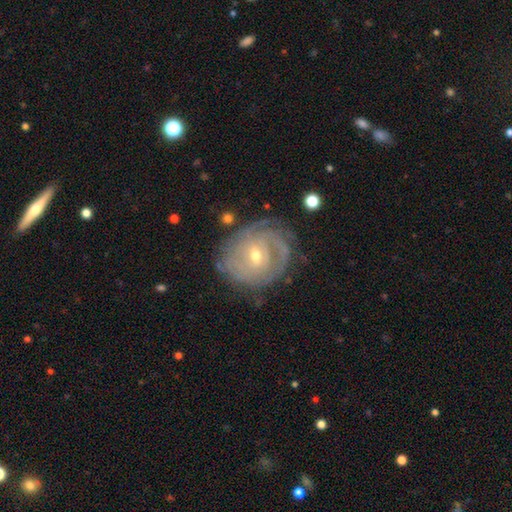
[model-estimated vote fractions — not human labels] Smooth or featured? Predicted: featured or disk (p=0.82). Edge-on disk? Predicted: no (p=0.96). Bar? Predicted: no (p=0.45). Spiral arms? Predicted: yes (p=0.91). Spiral winding? Predicted: tight (p=0.76). Spiral arm count? Predicted: can't tell (p=0.44). Bulge size? Predicted: small (p=0.52). Merging? Predicted: none (p=0.70).